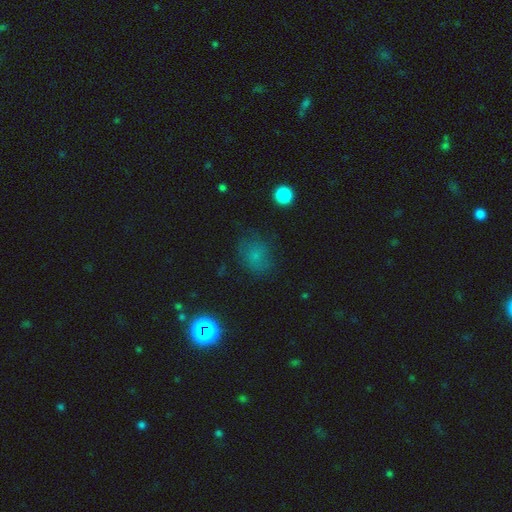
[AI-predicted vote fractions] smooth 64%, star or artifact 22%, featured or disk 14%. Down the decision tree: how rounded — round (56%); merging — none (68%).